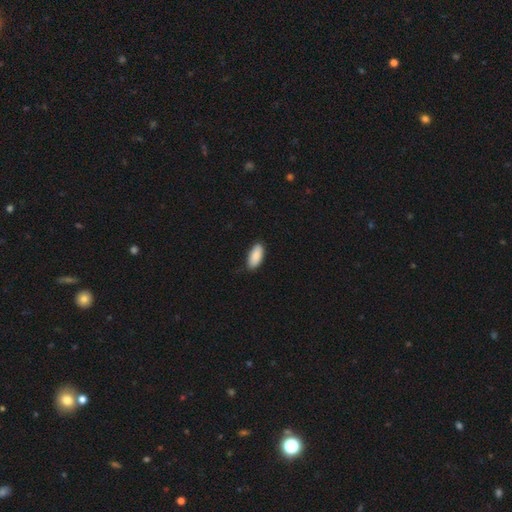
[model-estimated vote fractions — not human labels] This appears to be a smooth galaxy with no disk features (89%) that is in between round and cigar-shaped (89%). Merging: none (84%).